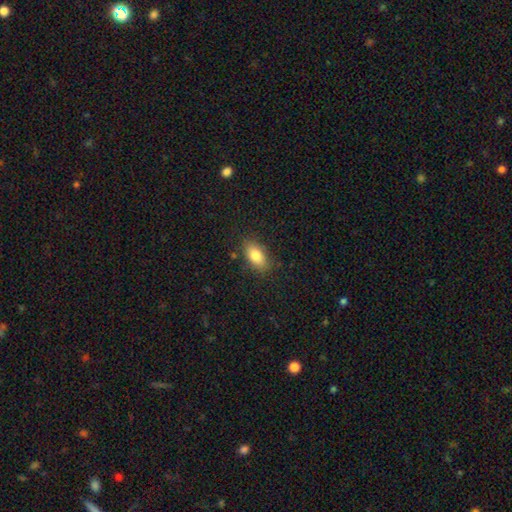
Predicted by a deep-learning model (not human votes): A smooth galaxy with no disk features (81%) that is in between round and cigar-shaped (90%). Merging: none (83%).